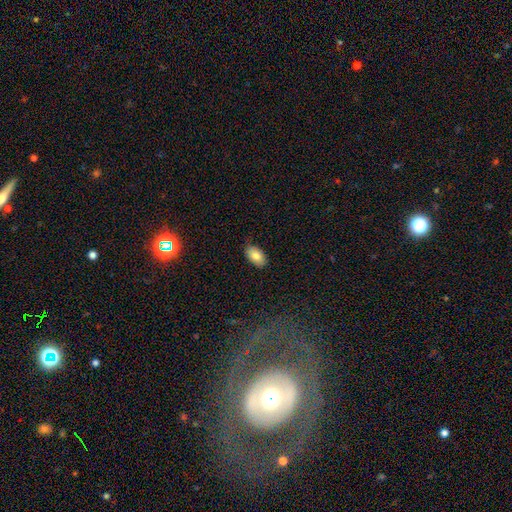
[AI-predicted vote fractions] smooth-or-featured: smooth: 83% | featured or disk: 10% | star or artifact: 7%
  how-rounded: in between: 94% | round: 5% | cigar-shaped: 2%
  merging: none: 84% | minor disturbance: 13% | major disturbance: 2% | merger: 1%